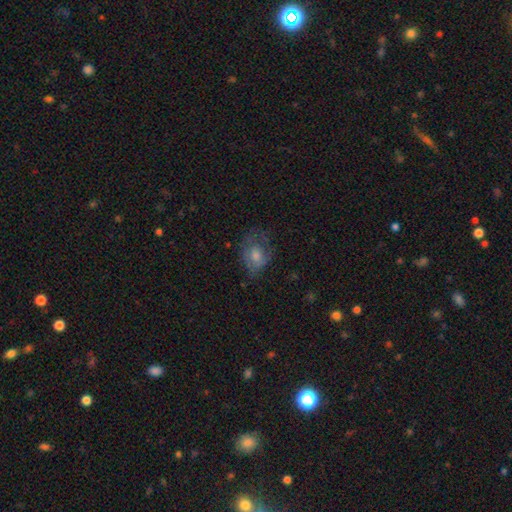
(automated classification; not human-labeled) smooth 49%, featured or disk 37%, star or artifact 13%. Down the decision tree: merging — none (54%).